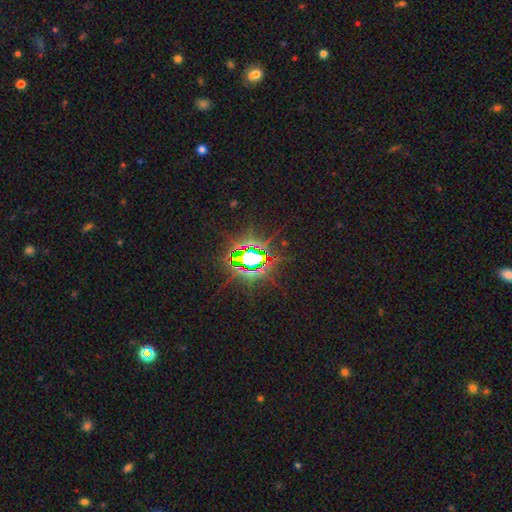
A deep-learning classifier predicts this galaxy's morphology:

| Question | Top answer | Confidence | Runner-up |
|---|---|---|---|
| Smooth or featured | star or artifact | 81% | smooth (10%) |